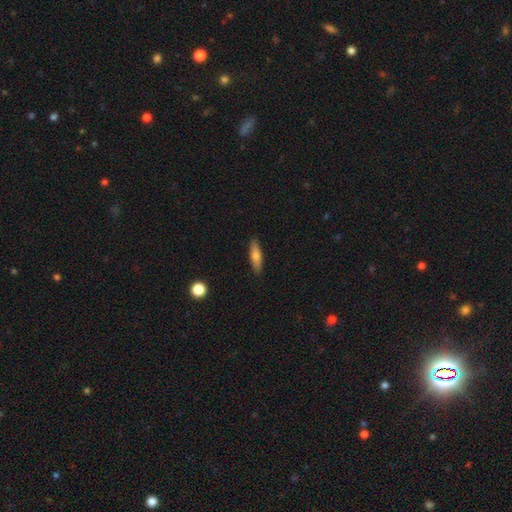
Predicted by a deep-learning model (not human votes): Smooth or featured?
  - smooth: 69% *
  - featured or disk: 24%
  - star or artifact: 7%
How rounded?
  - cigar-shaped: 64% *
  - in between: 34%
  - round: 2%
Merging?
  - none: 88% *
  - minor disturbance: 9%
  - major disturbance: 2%
  - merger: 1%